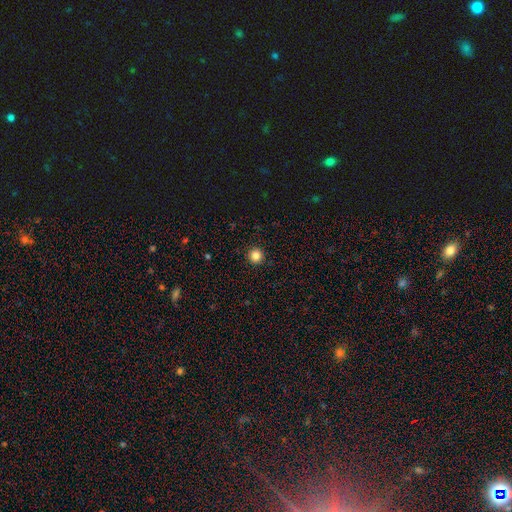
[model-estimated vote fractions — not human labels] smooth_or_featured: smooth (p=0.84) [alt: star or artifact p=0.12]
how_rounded: round (p=0.95) [alt: in between p=0.04]
merging: none (p=0.93) [alt: minor disturbance p=0.04]